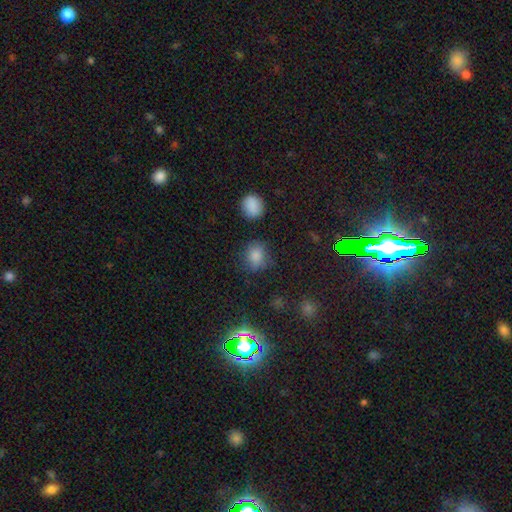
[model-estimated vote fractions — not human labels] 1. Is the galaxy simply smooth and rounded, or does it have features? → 75% smooth, 19% star or artifact, 6% featured or disk.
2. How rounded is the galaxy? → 67% round, 32% in between, 1% cigar-shaped.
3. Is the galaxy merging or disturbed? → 77% none, 15% minor disturbance, 5% major disturbance, 3% merger.